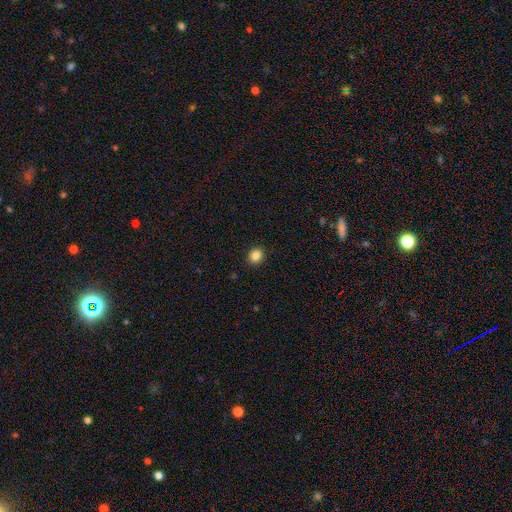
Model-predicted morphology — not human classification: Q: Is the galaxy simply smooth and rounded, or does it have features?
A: smooth — 85%.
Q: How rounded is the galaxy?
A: round — 72%.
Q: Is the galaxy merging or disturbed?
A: none — 91%.